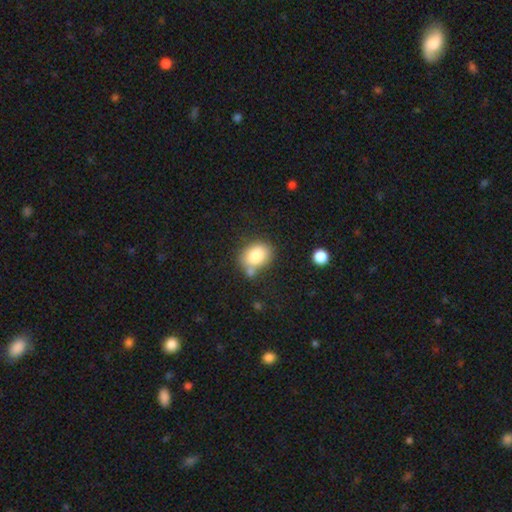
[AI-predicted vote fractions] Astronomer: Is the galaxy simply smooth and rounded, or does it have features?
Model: smooth — 83%.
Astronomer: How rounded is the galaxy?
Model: in between — 66%.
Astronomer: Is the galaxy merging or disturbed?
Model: none — 57%.